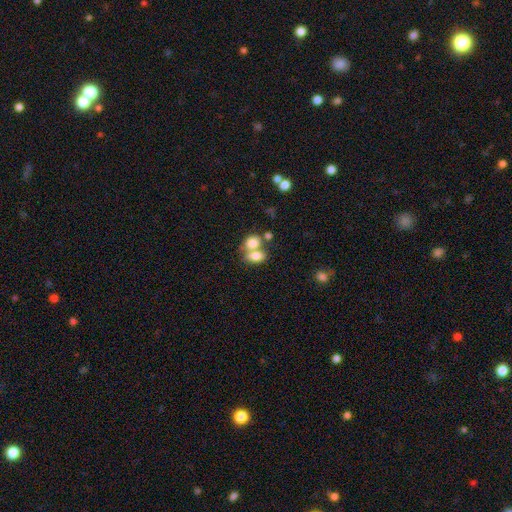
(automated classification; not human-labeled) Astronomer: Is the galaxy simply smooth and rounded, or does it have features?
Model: smooth — 78%.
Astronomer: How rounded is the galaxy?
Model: in between — 75%.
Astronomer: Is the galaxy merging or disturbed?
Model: merger — 59%.